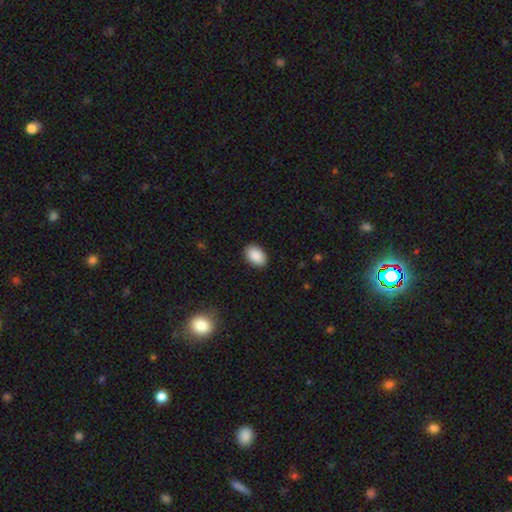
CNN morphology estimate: This appears to be a smooth galaxy with no disk features (90%) that is in between round and cigar-shaped (88%). Merging: none (89%).